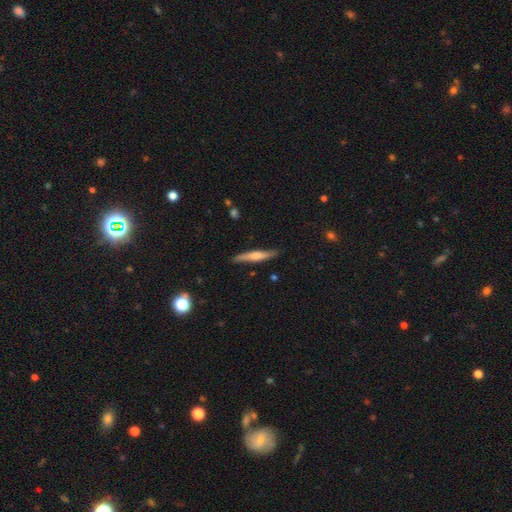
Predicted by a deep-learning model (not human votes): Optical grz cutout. It shows a smooth galaxy with no disk features (48%). Merging: none (86%).